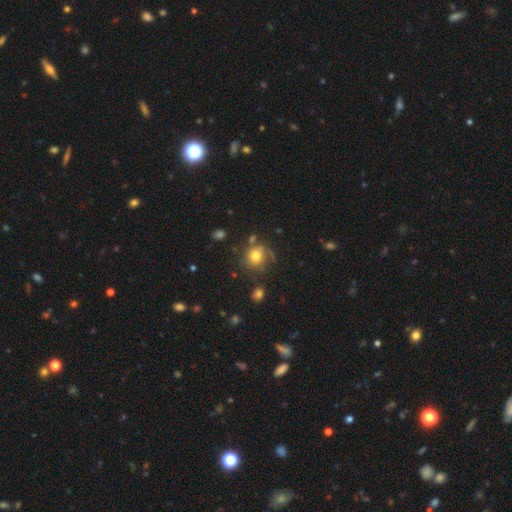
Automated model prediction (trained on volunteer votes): Q: Smooth or featured?
A: smooth (72%); runner-up: featured or disk (17%)
Q: How rounded?
A: round (82%); runner-up: in between (17%)
Q: Merging?
A: none (59%); runner-up: minor disturbance (20%)